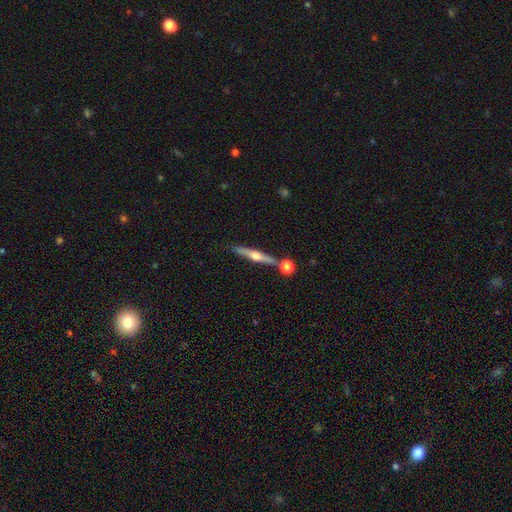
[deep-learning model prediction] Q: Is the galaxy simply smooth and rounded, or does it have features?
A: featured or disk — 66%.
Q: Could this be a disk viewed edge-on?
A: yes — 97%.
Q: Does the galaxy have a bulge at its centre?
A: rounded — 91%.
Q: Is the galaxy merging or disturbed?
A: none — 76%.